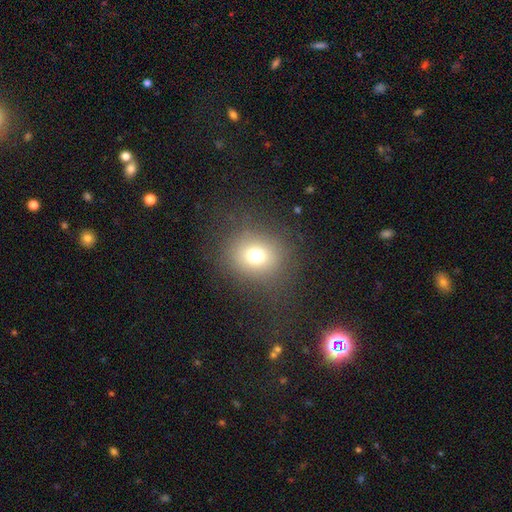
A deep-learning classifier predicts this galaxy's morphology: The model was most divided on "smooth or featured": smooth: 72%, star or artifact: 17%, featured or disk: 11%. More confident: merging — none (82%); how rounded — round (78%).